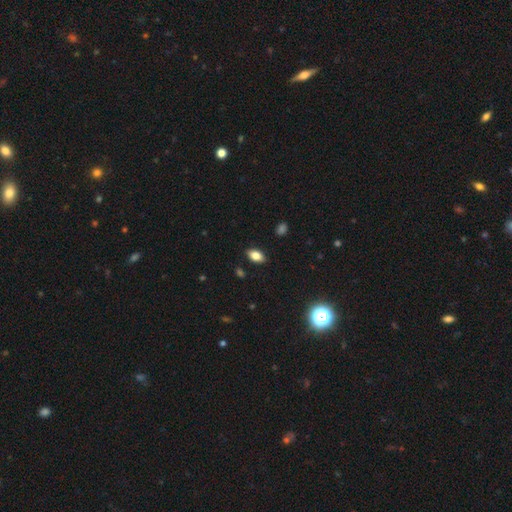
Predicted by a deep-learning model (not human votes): Q: Smooth or featured?
A: smooth (81%); runner-up: featured or disk (10%)
Q: How rounded?
A: in between (90%); runner-up: round (6%)
Q: Merging?
A: none (87%); runner-up: minor disturbance (10%)